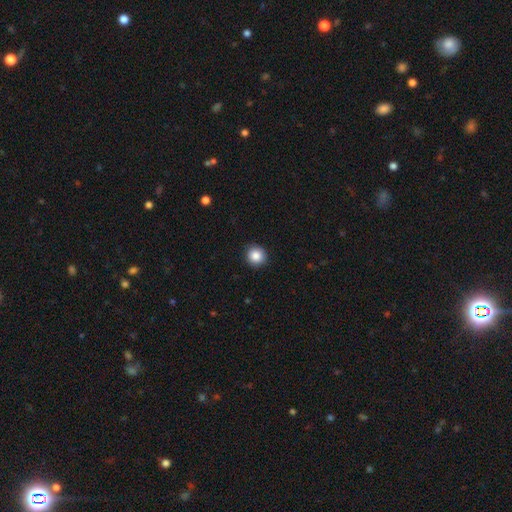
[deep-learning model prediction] A smooth galaxy with no disk features (87%) that is round (89%). Merging: none (91%).